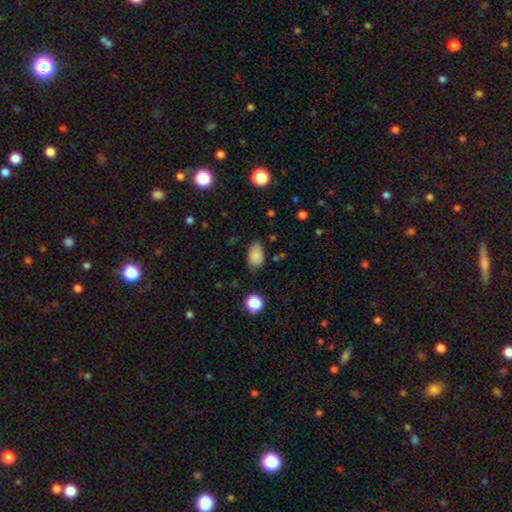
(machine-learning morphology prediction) Smooth or featured? smooth (85%)
How rounded? in between (90%)
Merging? none (73%)